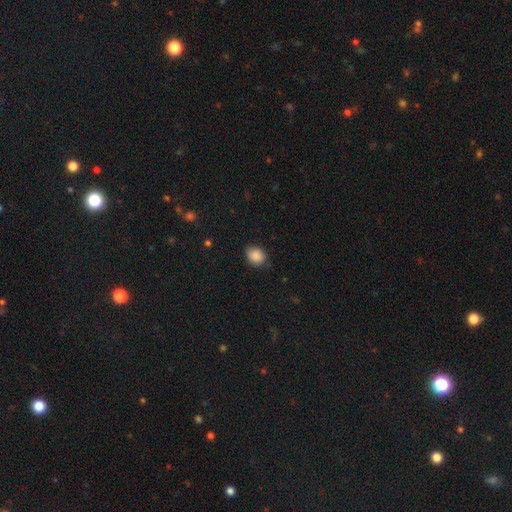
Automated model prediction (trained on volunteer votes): Smooth or featured: smooth — 88% (star or artifact — 8%)
How rounded: round — 56% (in between — 43%)
Merging: none — 80% (minor disturbance — 16%)